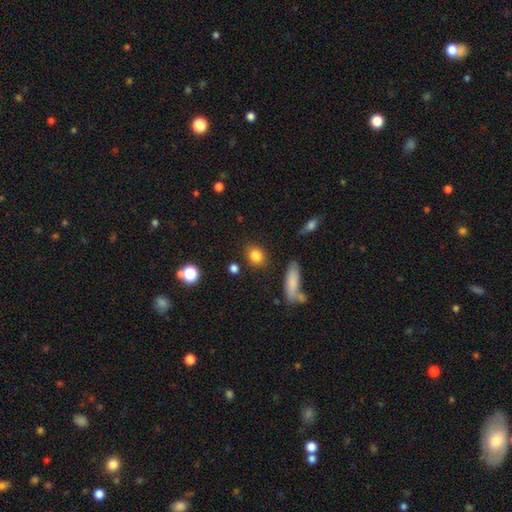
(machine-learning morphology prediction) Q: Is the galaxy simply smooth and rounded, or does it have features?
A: smooth — 84%.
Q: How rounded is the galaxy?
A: round — 54%.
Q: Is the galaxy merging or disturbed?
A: none — 82%.